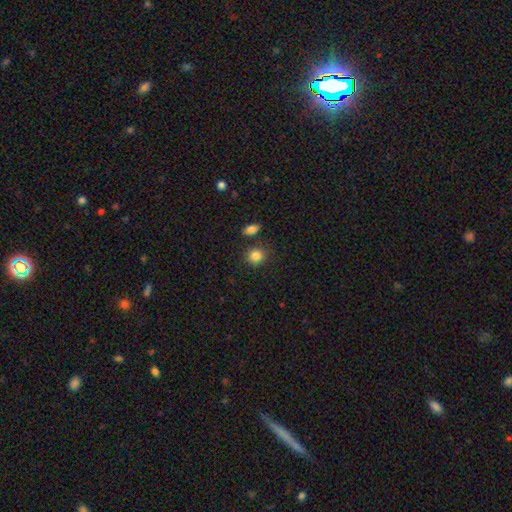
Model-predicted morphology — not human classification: A smooth galaxy with no disk features (85%) that is round (81%). Merging: none (81%).